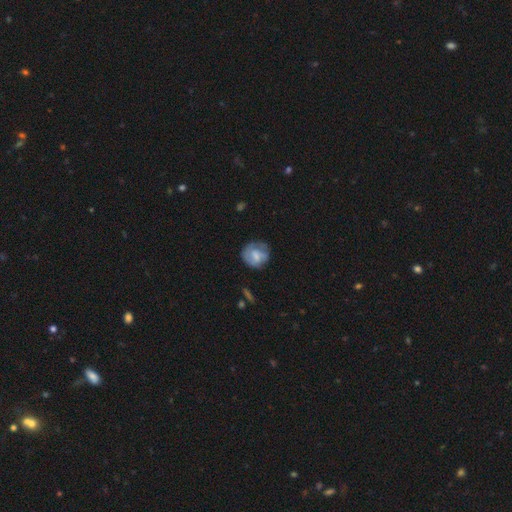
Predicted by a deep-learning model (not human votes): Morphology: type=smooth (54%); roundness=round (81%); merging=none (63%).